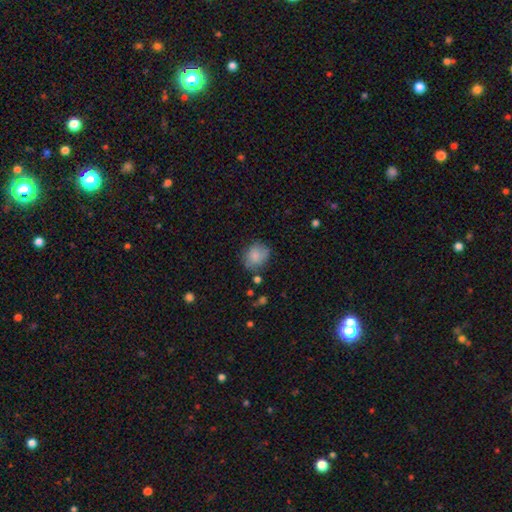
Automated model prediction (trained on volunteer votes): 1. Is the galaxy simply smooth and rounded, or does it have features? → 81% smooth, 11% featured or disk, 8% star or artifact.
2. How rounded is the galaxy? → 69% round, 30% in between, 1% cigar-shaped.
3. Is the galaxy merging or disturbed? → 68% none, 22% minor disturbance, 6% major disturbance, 4% merger.